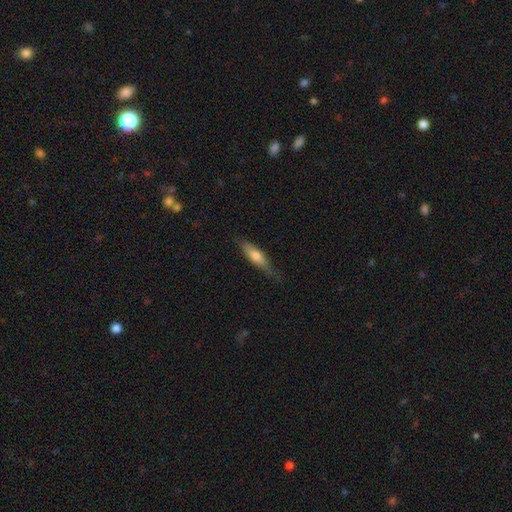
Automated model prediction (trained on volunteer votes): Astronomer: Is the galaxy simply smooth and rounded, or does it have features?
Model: smooth — 63%.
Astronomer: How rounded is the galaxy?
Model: cigar-shaped — 62%.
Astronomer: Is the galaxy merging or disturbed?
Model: none — 71%.